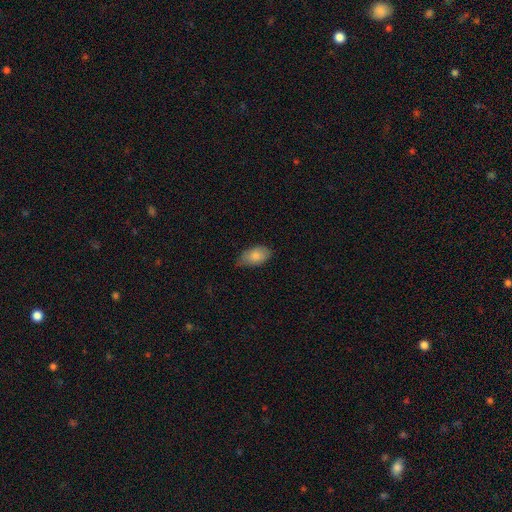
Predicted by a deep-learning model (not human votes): Q: Smooth or featured?
A: smooth (83%); runner-up: featured or disk (10%)
Q: How rounded?
A: in between (93%); runner-up: round (5%)
Q: Merging?
A: none (64%); runner-up: minor disturbance (30%)